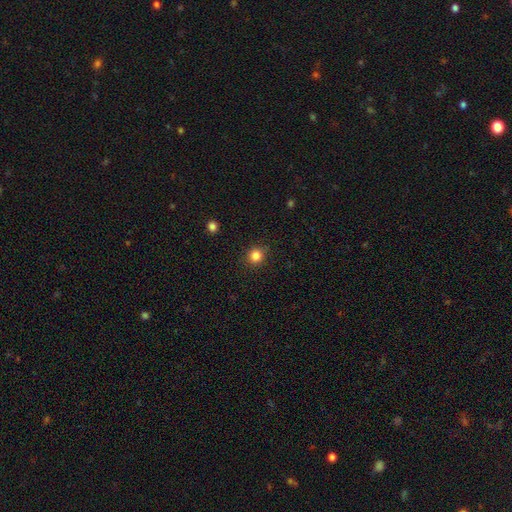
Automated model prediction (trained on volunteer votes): Morphology: type=smooth (83%); roundness=round (92%); merging=none (90%).